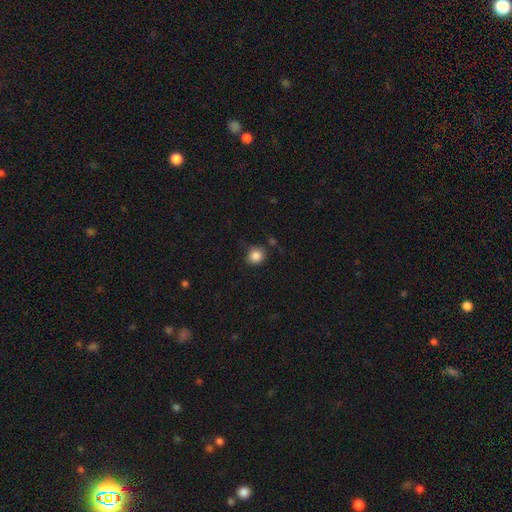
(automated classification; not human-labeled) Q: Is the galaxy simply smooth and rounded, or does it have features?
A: smooth — 86%.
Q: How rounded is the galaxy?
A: round — 85%.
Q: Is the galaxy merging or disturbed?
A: none — 77%.